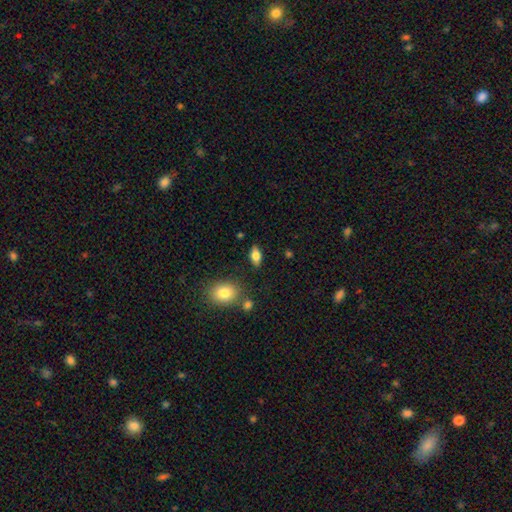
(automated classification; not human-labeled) Smooth or featured: smooth — 72% (featured or disk — 20%)
How rounded: in between — 85% (cigar-shaped — 9%)
Merging: none — 83% (minor disturbance — 11%)